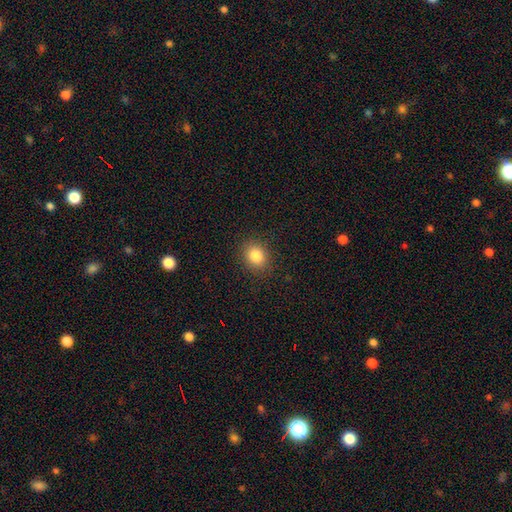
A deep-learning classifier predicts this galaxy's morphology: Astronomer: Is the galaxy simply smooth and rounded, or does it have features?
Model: smooth — 84%.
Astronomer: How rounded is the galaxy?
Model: round — 59% (runner-up: in between, 40%).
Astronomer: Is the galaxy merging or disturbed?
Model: none — 88%.